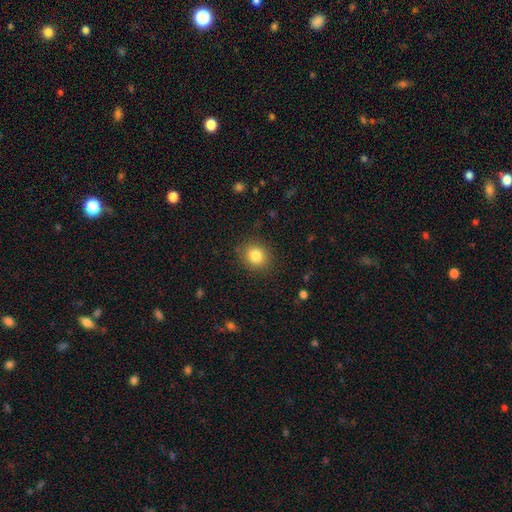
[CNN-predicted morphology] A smooth galaxy with no disk features (83%) that is round (77%).

Vote fractions:
- Smooth or featured? smooth: 83% / star or artifact: 11% / featured or disk: 6%
- How rounded? round: 77% / in between: 22% / cigar-shaped: 1%
- Merging? none: 87% / minor disturbance: 9% / major disturbance: 3% / merger: 1%